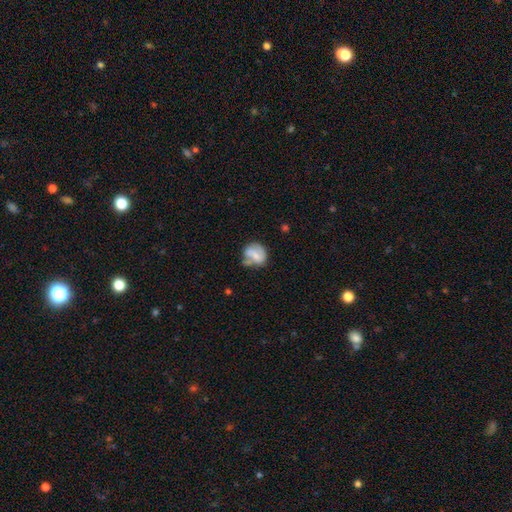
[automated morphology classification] Smooth or featured? Predicted: smooth (p=0.55). How rounded? Predicted: round (p=0.67). Merging? Predicted: none (p=0.44).